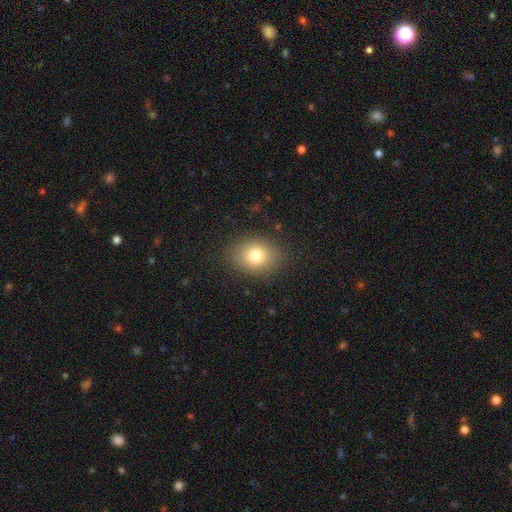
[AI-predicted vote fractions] Smooth or featured: smooth — 78% (star or artifact — 11%)
How rounded: in between — 55% (round — 44%)
Merging: none — 85% (minor disturbance — 10%)